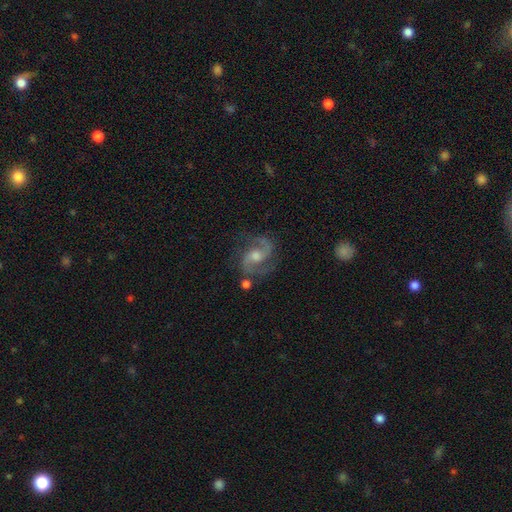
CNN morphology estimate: Smooth or featured?
  - featured or disk: 90% *
  - star or artifact: 5%
  - smooth: 4%
Edge-on disk?
  - no: 98% *
  - yes: 2%
Bar?
  - no: 46% *
  - weak: 43%
  - strong: 11%
Spiral arms?
  - yes: 98% *
  - no: 2%
Spiral winding?
  - medium: 62% *
  - loose: 23%
  - tight: 15%
Spiral arm count?
  - 2: 93% *
  - can't tell: 2%
  - 3: 2%
  - 1: 1%
  - 4: 1%
  - more than 4: 1%
Bulge size?
  - moderate: 59% *
  - small: 26%
  - large: 8%
  - none: 5%
  - dominant: 1%
Merging?
  - none: 75% *
  - minor disturbance: 15%
  - major disturbance: 6%
  - merger: 4%